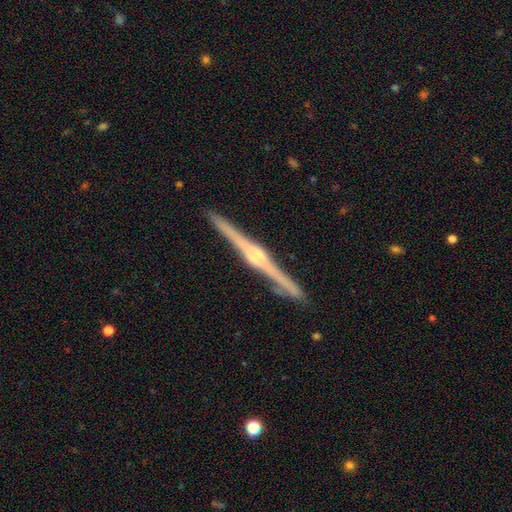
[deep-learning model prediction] smooth_or_featured: featured or disk (p=0.88) [alt: smooth p=0.07]
disk_edge_on: yes (p=0.99) [alt: no p=0.01]
edge_on_bulge: rounded (p=0.78) [alt: boxy p=0.15]
merging: none (p=0.93) [alt: minor disturbance p=0.05]